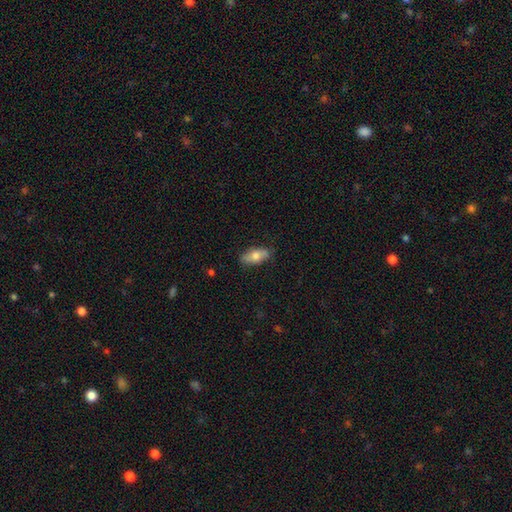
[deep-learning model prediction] Overall: smooth (71%). How rounded: in between (83%). Merging: none (82%).